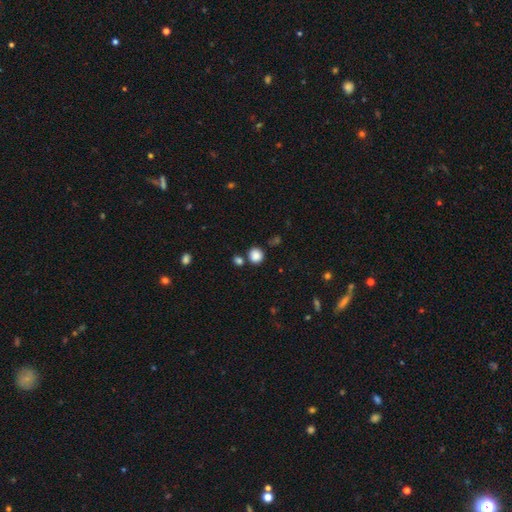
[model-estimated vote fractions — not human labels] Q: Smooth or featured?
A: smooth (86%); runner-up: star or artifact (11%)
Q: How rounded?
A: round (87%); runner-up: in between (12%)
Q: Merging?
A: none (75%); runner-up: merger (11%)